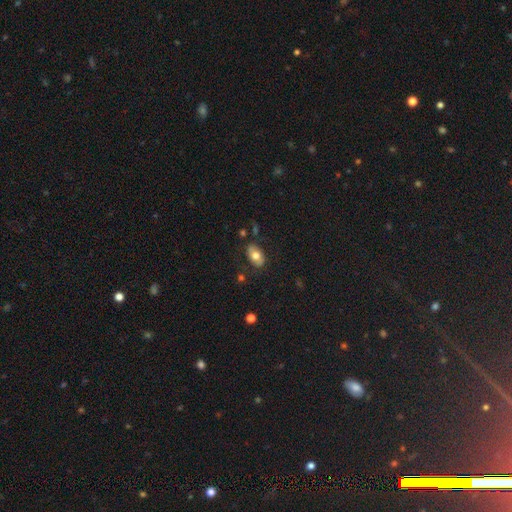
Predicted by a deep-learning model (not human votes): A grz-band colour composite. It shows a smooth galaxy with no disk features (65%) that is in between round and cigar-shaped (89%). Merging: none (78%).